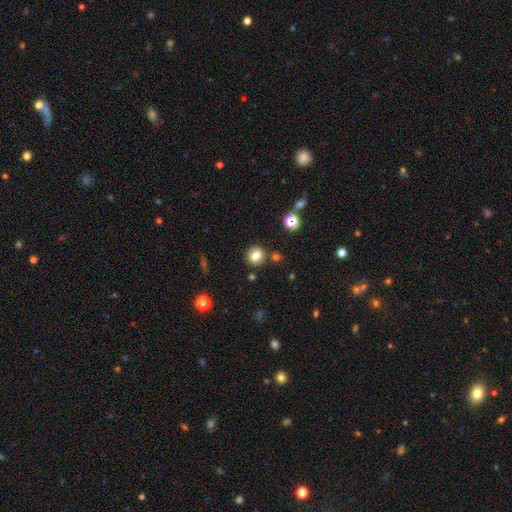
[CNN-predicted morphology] Smooth or featured? Predicted: smooth (p=0.79). How rounded? Predicted: round (p=0.86). Merging? Predicted: none (p=0.84).